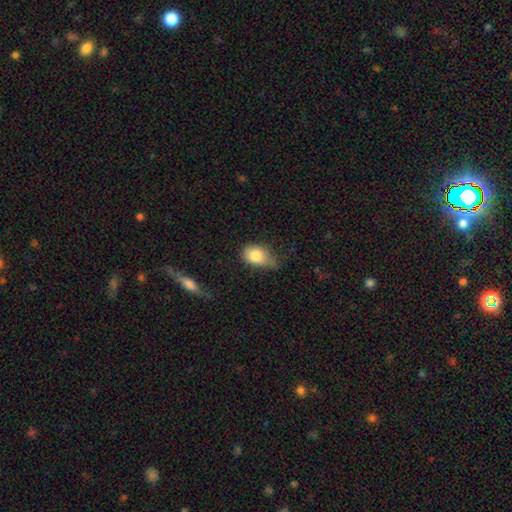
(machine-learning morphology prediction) Smooth or featured? Predicted: smooth (p=0.81). How rounded? Predicted: in between (p=0.74). Merging? Predicted: minor disturbance (p=0.45).